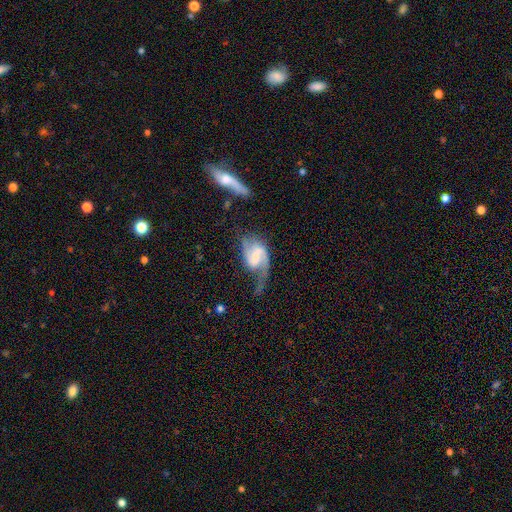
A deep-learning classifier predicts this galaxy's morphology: type=featured or disk (80%); edge-on=no (97%); bar=weak (52%); spiral arms=yes (94%); winding=loose (46%); arm count=2 (72%); bulge=small (36%); merging=major disturbance (37%).